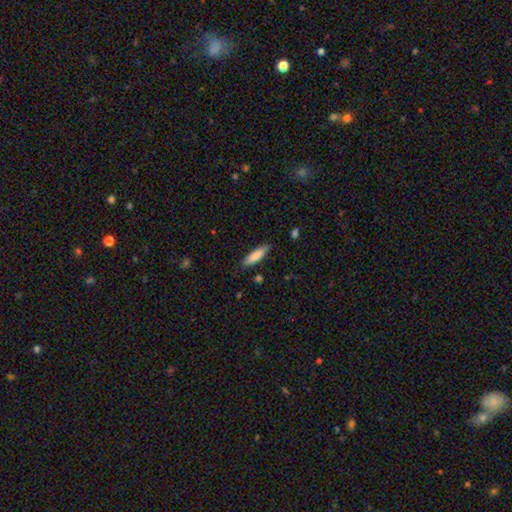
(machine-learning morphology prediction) A smooth galaxy with no disk features (84%) that is cigar-shaped (65%).

Vote fractions:
- Smooth or featured? smooth: 84% / featured or disk: 11% / star or artifact: 6%
- How rounded? cigar-shaped: 65% / in between: 33% / round: 1%
- Merging? none: 84% / minor disturbance: 12% / major disturbance: 2% / merger: 1%